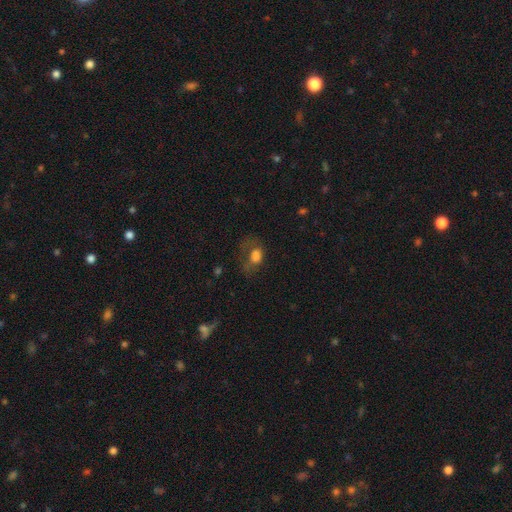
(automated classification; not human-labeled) A smooth galaxy with no disk features (64%) that is in between round and cigar-shaped (73%). Merging: major disturbance (46%).